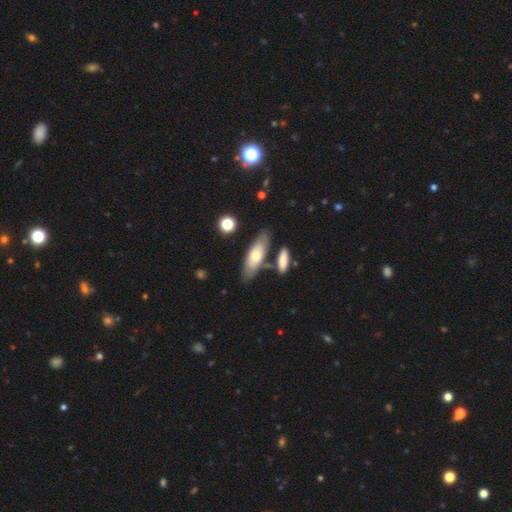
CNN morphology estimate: Q: Smooth or featured?
A: smooth (59%); runner-up: featured or disk (35%)
Q: How rounded?
A: in between (58%); runner-up: cigar-shaped (39%)
Q: Merging?
A: none (72%); runner-up: minor disturbance (14%)